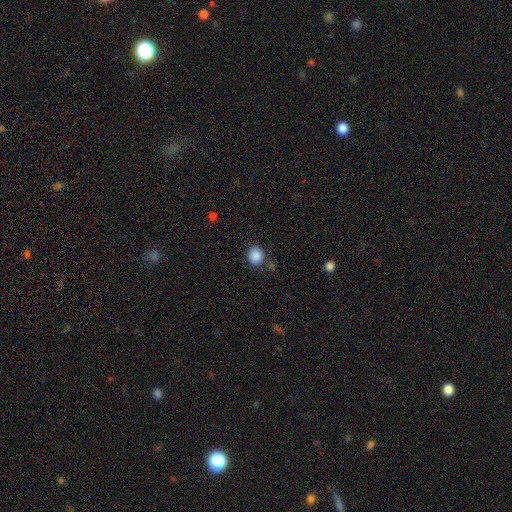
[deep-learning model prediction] Morphology: type=smooth (88%); roundness=round (77%); merging=none (76%).